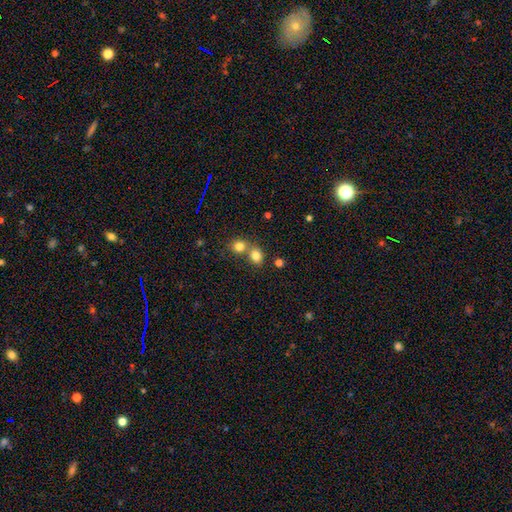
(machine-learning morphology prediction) This appears to be a smooth galaxy with no disk features (81%) that is round (53%). Merging: none (46%).